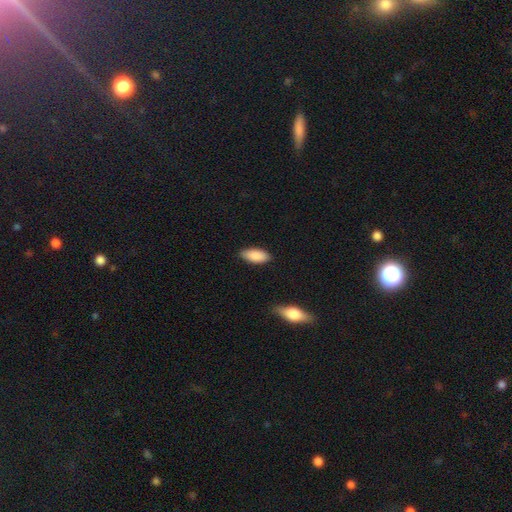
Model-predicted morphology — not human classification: Smooth or featured: smooth — 88% (star or artifact — 6%)
How rounded: in between — 88% (cigar-shaped — 10%)
Merging: none — 85% (minor disturbance — 11%)